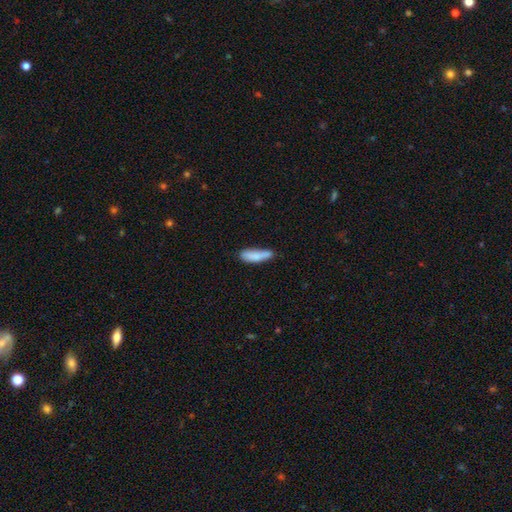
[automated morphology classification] The model was most divided on "how rounded": cigar-shaped: 59%, in between: 39%, round: 2%. More confident: smooth or featured — smooth (81%); merging — none (52%).